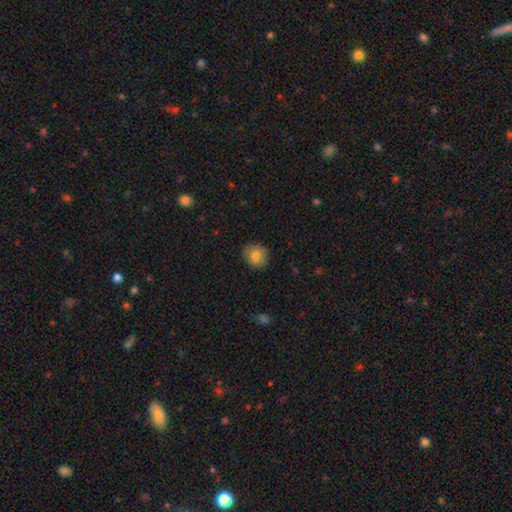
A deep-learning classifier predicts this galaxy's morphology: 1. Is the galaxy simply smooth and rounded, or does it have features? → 82% smooth, 10% featured or disk, 9% star or artifact.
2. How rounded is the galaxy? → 81% round, 18% in between, 1% cigar-shaped.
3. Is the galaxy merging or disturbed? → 86% none, 10% minor disturbance, 2% major disturbance, 1% merger.